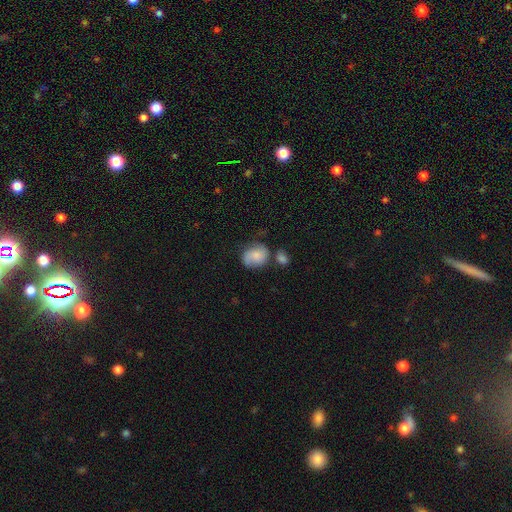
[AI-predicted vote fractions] smooth-or-featured: smooth: 60% | featured or disk: 32% | star or artifact: 8%
  how-rounded: in between: 52% | round: 46% | cigar-shaped: 1%
  merging: none: 51% | minor disturbance: 25% | merger: 15% | major disturbance: 9%